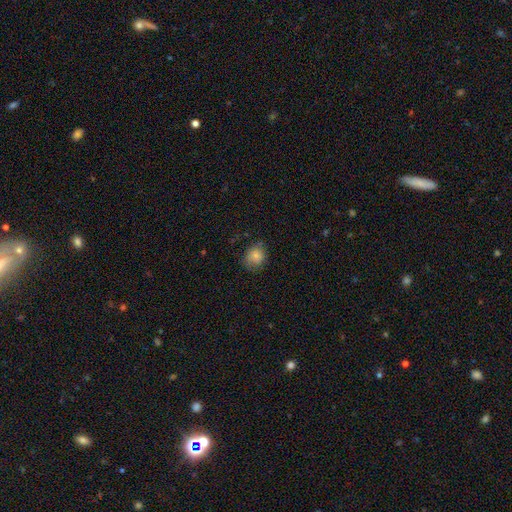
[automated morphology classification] Smooth or featured?
  - smooth: 79% *
  - featured or disk: 12%
  - star or artifact: 9%
How rounded?
  - round: 65% *
  - in between: 34%
  - cigar-shaped: 1%
Merging?
  - none: 69% *
  - minor disturbance: 23%
  - major disturbance: 7%
  - merger: 1%